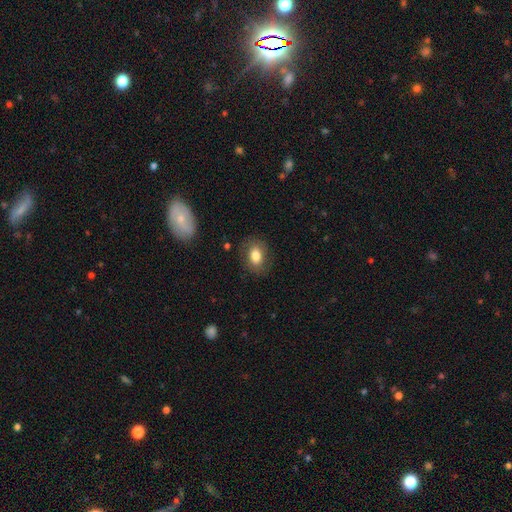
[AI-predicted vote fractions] Smooth or featured? smooth (80%)
How rounded? in between (75%)
Merging? none (81%)